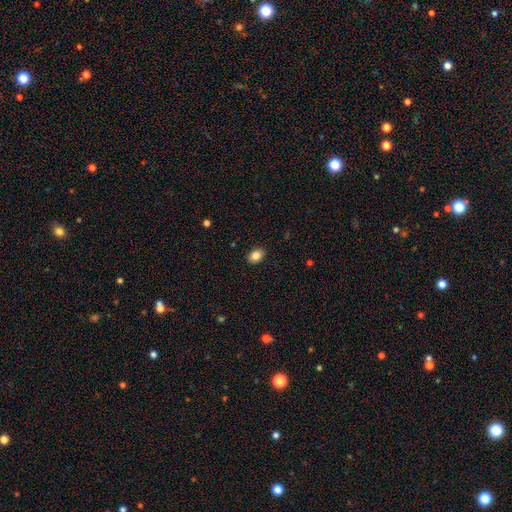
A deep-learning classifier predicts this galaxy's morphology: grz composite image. It shows a smooth galaxy with no disk features (86%) that is in between round and cigar-shaped (80%). Merging: none (90%).